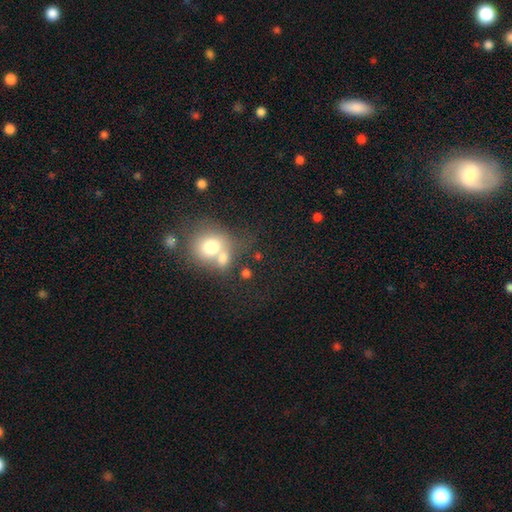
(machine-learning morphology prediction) Overall: smooth (44%; star or artifact 40%). Merging: none (58%; merger 22%).